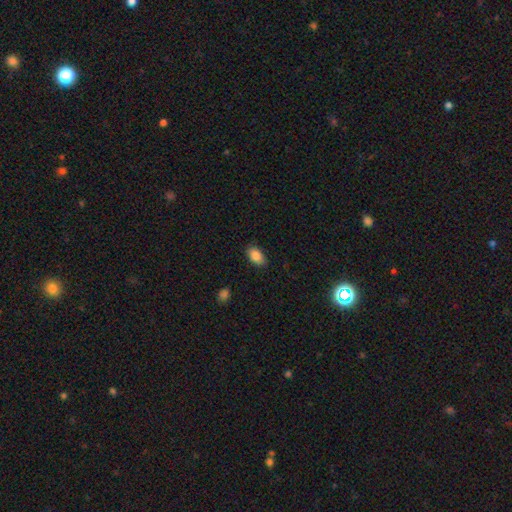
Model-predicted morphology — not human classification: Smooth or featured? smooth (87%)
How rounded? in between (92%)
Merging? none (85%)